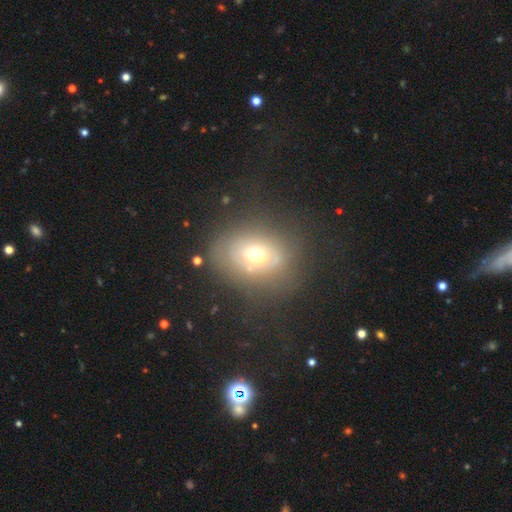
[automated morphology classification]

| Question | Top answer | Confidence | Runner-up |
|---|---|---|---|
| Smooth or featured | smooth | 45% | featured or disk (43%) |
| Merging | none | 63% | minor disturbance (20%) |